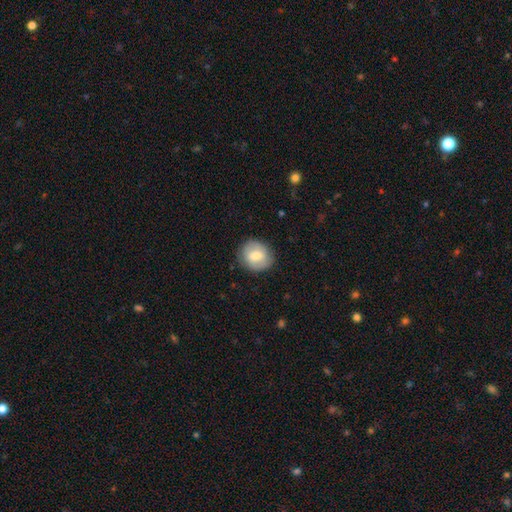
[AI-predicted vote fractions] Smooth or featured? smooth (67%)
How rounded? round (76%)
Merging? none (83%)